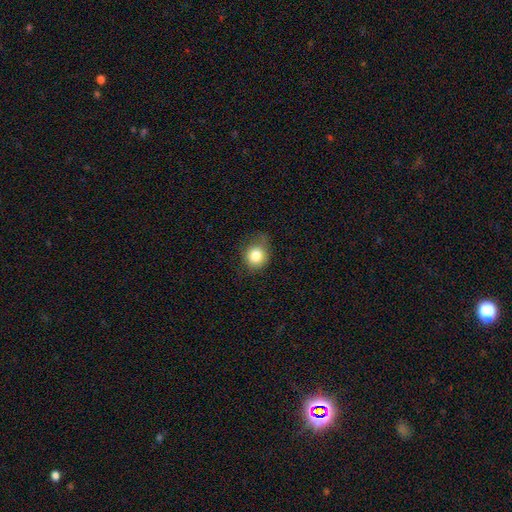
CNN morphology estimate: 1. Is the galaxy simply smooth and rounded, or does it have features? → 82% smooth, 10% star or artifact, 8% featured or disk.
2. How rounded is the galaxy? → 77% round, 22% in between, 1% cigar-shaped.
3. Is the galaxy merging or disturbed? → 60% none, 29% minor disturbance, 9% major disturbance, 2% merger.